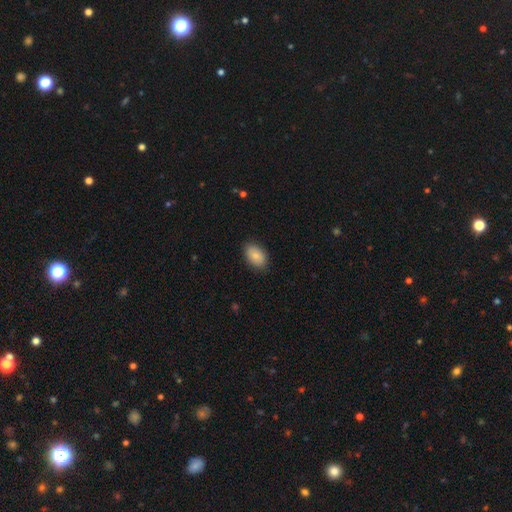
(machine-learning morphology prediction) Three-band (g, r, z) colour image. It shows a smooth galaxy with no disk features (84%) that is in between round and cigar-shaped (90%). Merging: none (87%).